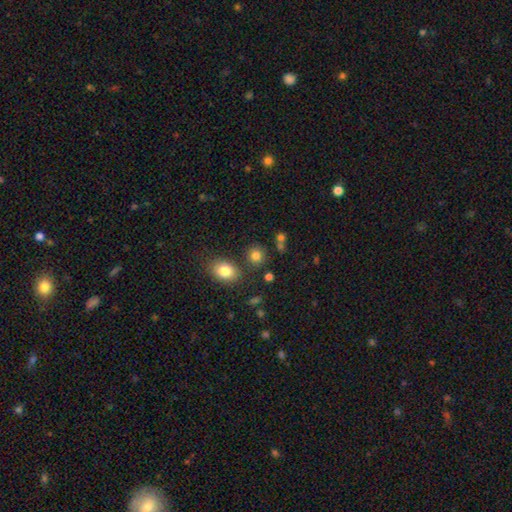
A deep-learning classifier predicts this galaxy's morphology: Smooth or featured? Predicted: smooth (p=0.82). How rounded? Predicted: round (p=0.79). Merging? Predicted: none (p=0.77).